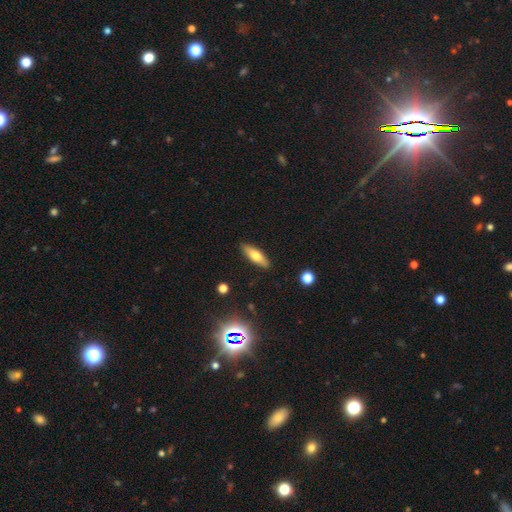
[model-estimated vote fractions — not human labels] Overall: smooth (64%; featured or disk 28%). How rounded: cigar-shaped (50%; in between 48%). Merging: none (88%).